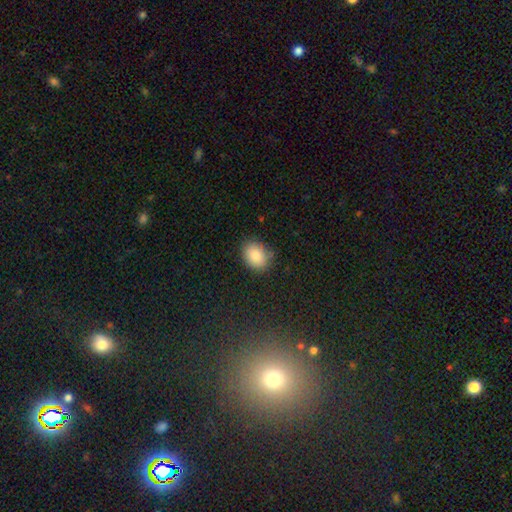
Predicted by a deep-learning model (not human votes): Morphology: type=smooth (87%); roundness=in between (63%); merging=none (78%).